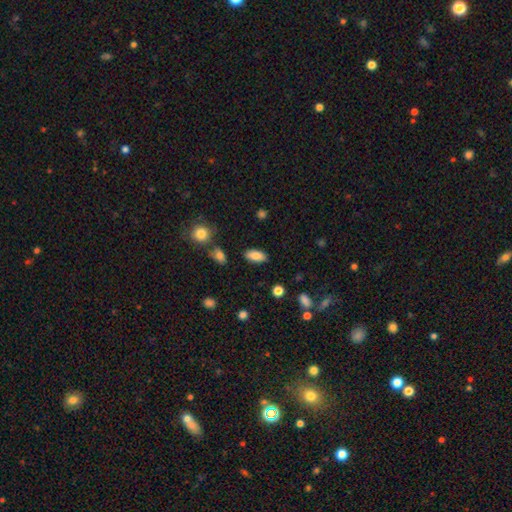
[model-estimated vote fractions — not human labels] smooth-or-featured: smooth: 85% | star or artifact: 8% | featured or disk: 7%
  how-rounded: in between: 89% | cigar-shaped: 8% | round: 3%
  merging: none: 87% | minor disturbance: 9% | major disturbance: 2% | merger: 2%